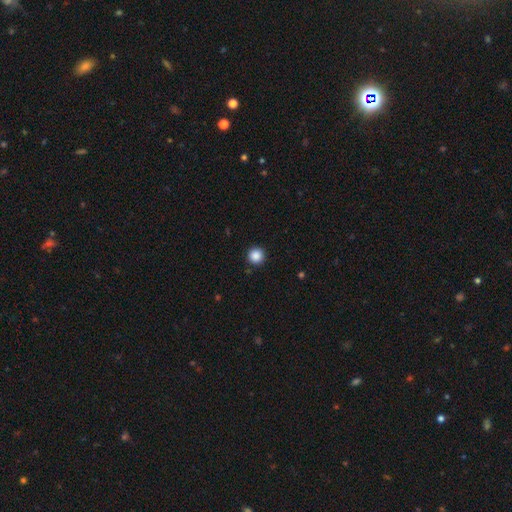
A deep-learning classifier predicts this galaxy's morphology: A smooth galaxy with no disk features (87%) that is round (96%).

Vote fractions:
- Smooth or featured? smooth: 87% / star or artifact: 10% / featured or disk: 3%
- How rounded? round: 96% / in between: 3% / cigar-shaped: 1%
- Merging? none: 92% / minor disturbance: 5% / major disturbance: 2% / merger: 1%